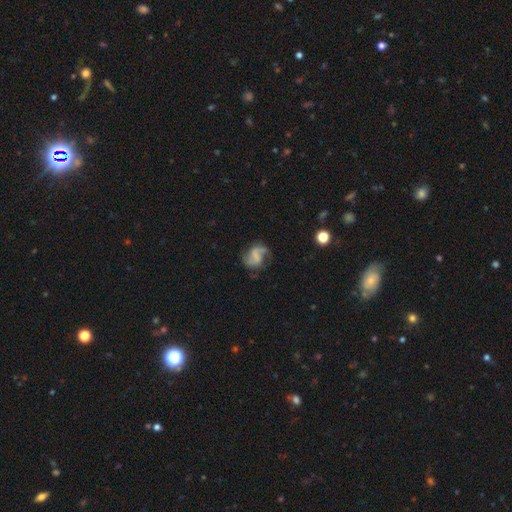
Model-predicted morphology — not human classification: Smooth or featured? featured or disk (68%)
Edge-on disk? no (98%)
Bar? weak (39%)
Spiral arms? yes (88%)
Spiral winding? loose (50%)
Spiral arm count? 2 (81%)
Bulge size? none (65%)
Merging? none (58%)